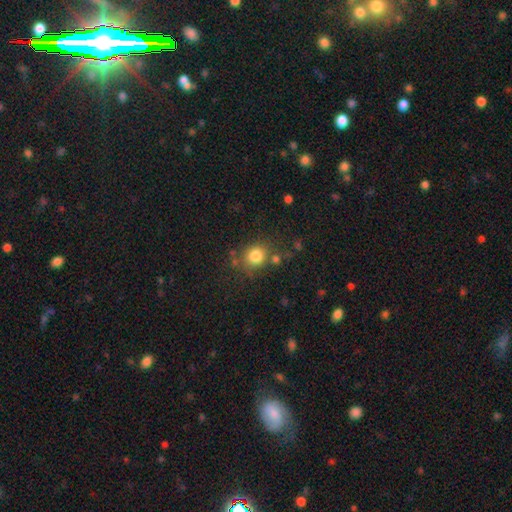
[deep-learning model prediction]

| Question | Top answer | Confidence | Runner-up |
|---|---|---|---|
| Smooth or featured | smooth | 81% | star or artifact (12%) |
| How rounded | round | 77% | in between (22%) |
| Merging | none | 70% | minor disturbance (14%) |